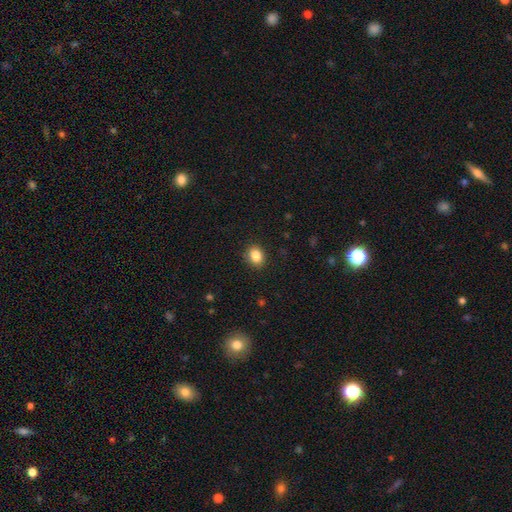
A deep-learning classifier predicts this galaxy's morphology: smooth-or-featured: smooth: 86% | star or artifact: 10% | featured or disk: 5%
  how-rounded: in between: 50% | round: 49% | cigar-shaped: 1%
  merging: none: 89% | minor disturbance: 8% | major disturbance: 2% | merger: 1%